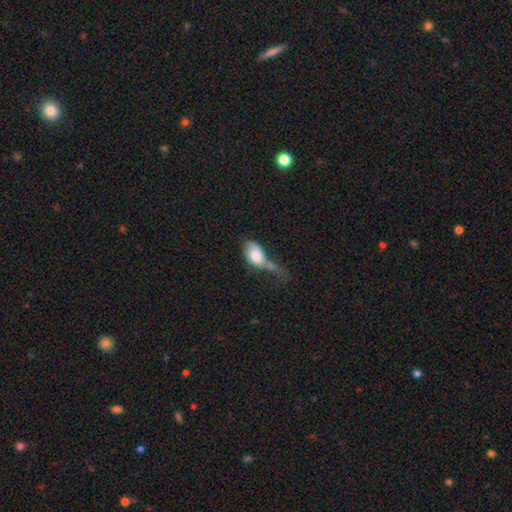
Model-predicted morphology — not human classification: This is likely a smooth galaxy (70%). How rounded: clearly in between (87%). Merging: marginally major disturbance (39%).